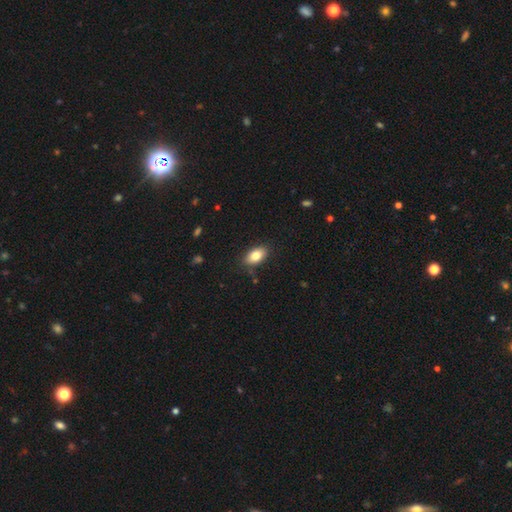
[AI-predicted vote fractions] smooth_or_featured: smooth (p=0.83) [alt: featured or disk p=0.10]
how_rounded: in between (p=0.92) [alt: round p=0.05]
merging: none (p=0.85) [alt: minor disturbance p=0.11]